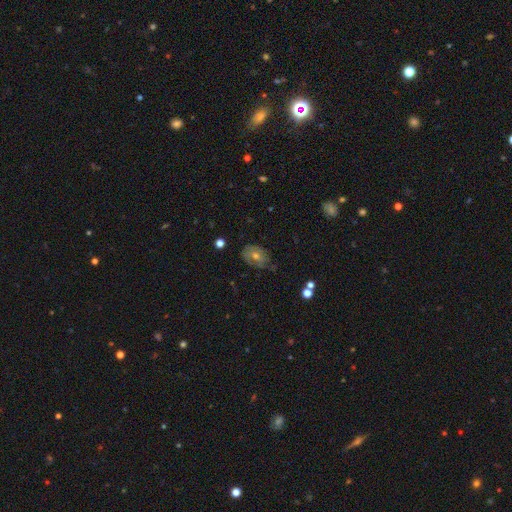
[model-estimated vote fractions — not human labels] Morphology: type=featured or disk (49%); merging=none (68%).